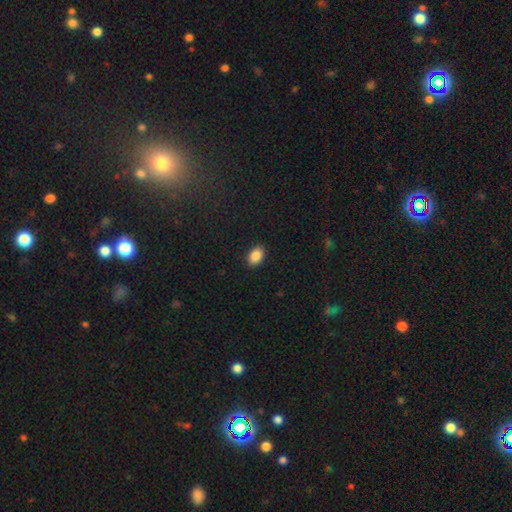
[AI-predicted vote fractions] Smooth or featured? smooth (88%)
How rounded? in between (80%)
Merging? none (90%)